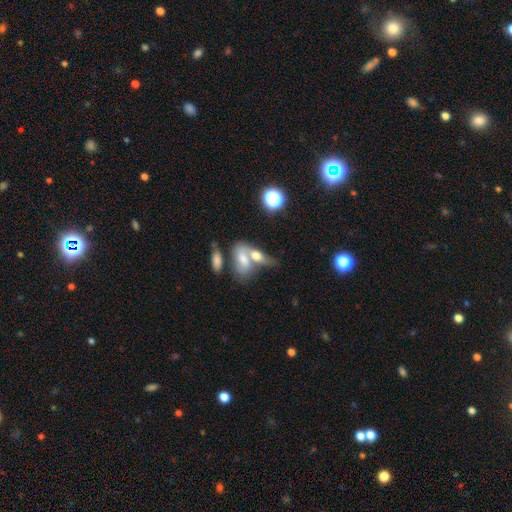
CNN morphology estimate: This is likely a smooth galaxy (63%). How rounded: likely in between (76%). Merging: possibly merger (60%).